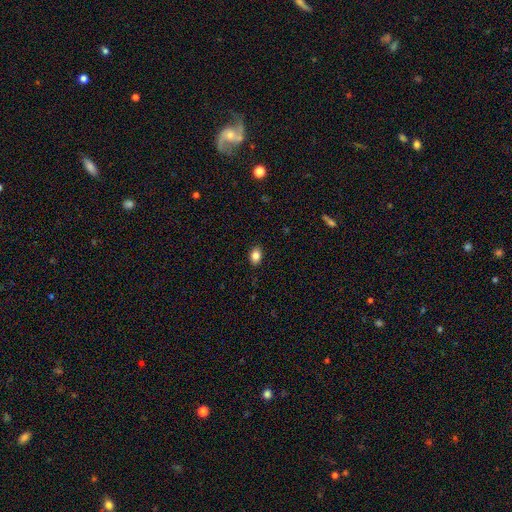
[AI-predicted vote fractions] Morphology: type=smooth (84%); roundness=in between (78%); merging=none (89%).